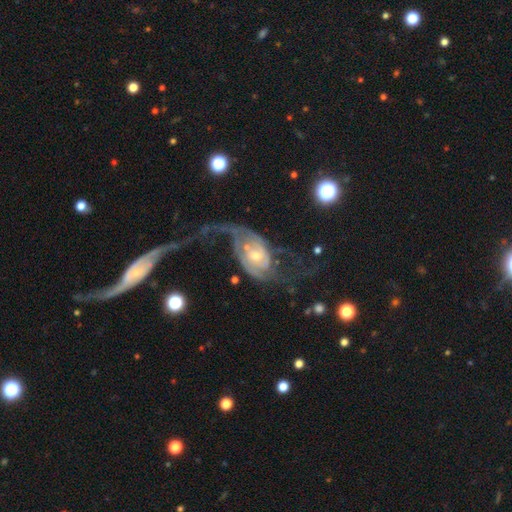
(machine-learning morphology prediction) This is clearly a featured or disk galaxy (83%). It is clearly not viewed edge-on (97%). Bar: possibly no (59%). Spiral arm pattern: clearly yes (91%). Spiral arm count: likely 2 (76%). Spiral winding: likely loose (64%). Central bulge: possibly small (49%). Merging: possibly major disturbance (47%).